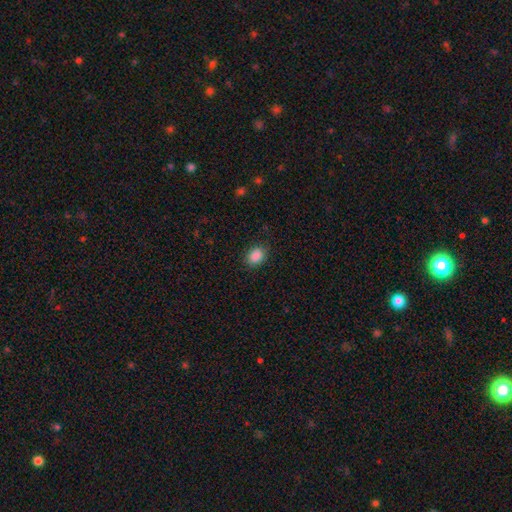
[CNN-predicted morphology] Smooth or featured? smooth (88%)
How rounded? in between (64%)
Merging? none (86%)